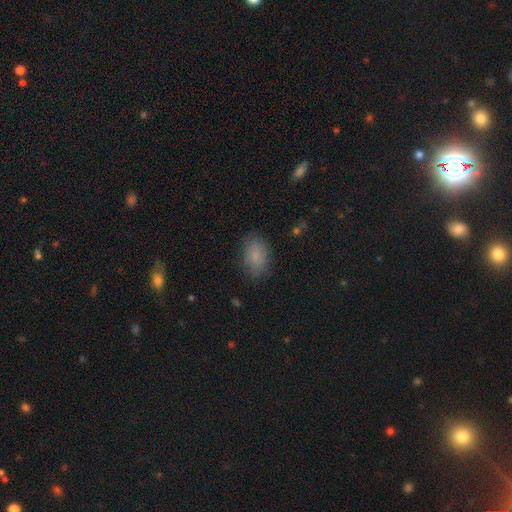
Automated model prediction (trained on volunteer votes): smooth_or_featured: smooth (p=0.82) [alt: star or artifact p=0.09]
how_rounded: in between (p=0.88) [alt: round p=0.10]
merging: none (p=0.80) [alt: minor disturbance p=0.15]